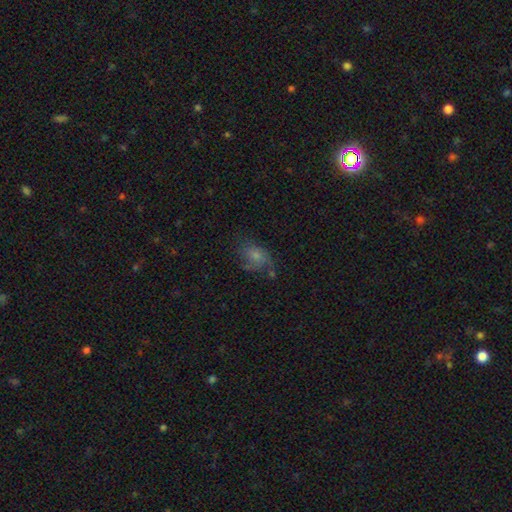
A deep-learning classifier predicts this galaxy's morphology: Smooth or featured?
  - smooth: 61% *
  - featured or disk: 27%
  - star or artifact: 13%
How rounded?
  - in between: 73% *
  - round: 25%
  - cigar-shaped: 2%
Merging?
  - none: 46% *
  - minor disturbance: 27%
  - major disturbance: 20%
  - merger: 6%